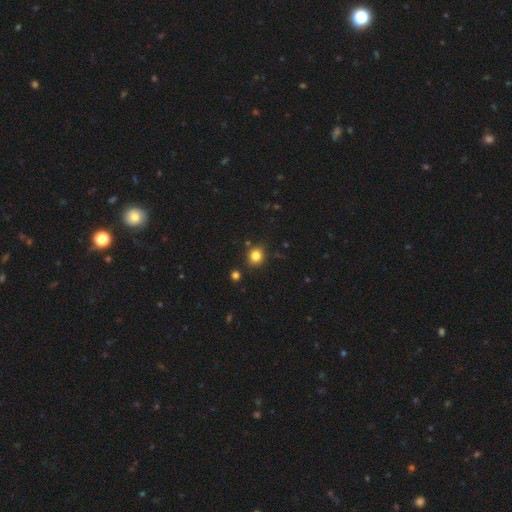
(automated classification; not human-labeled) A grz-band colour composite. It shows a smooth galaxy with no disk features (81%) that is round (83%). Merging: none (85%).